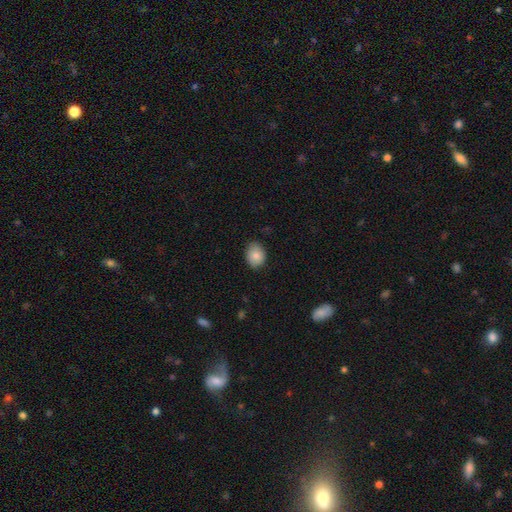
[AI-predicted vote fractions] smooth 84%, featured or disk 8%, star or artifact 8%. Down the decision tree: how rounded — in between (59%); merging — none (79%).